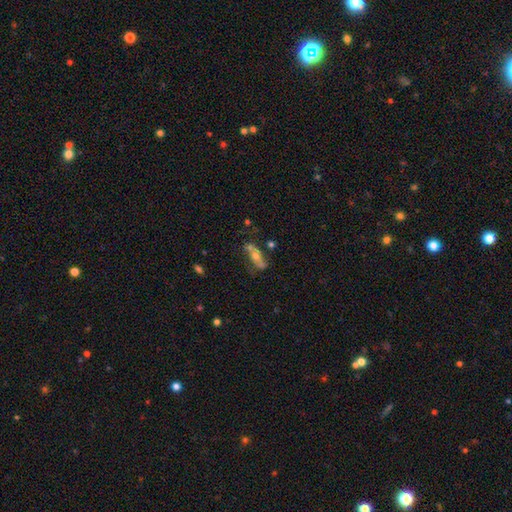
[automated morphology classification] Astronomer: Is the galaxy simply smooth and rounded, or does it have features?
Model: featured or disk — 68%.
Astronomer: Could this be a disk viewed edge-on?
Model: no — 75%.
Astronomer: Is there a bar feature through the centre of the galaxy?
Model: no — 62%.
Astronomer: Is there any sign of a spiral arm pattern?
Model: yes — 77%.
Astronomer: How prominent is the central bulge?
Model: moderate — 61%.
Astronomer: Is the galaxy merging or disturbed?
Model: none — 62%.